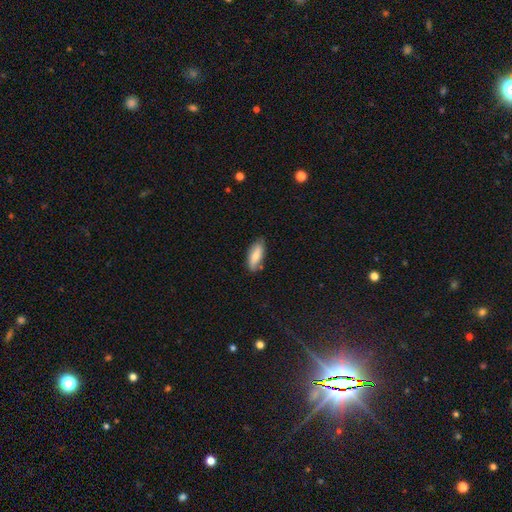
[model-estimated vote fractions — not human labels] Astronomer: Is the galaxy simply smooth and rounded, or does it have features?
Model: smooth — 76%.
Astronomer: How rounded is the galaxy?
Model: in between — 76%.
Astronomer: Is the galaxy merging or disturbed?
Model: none — 76%.